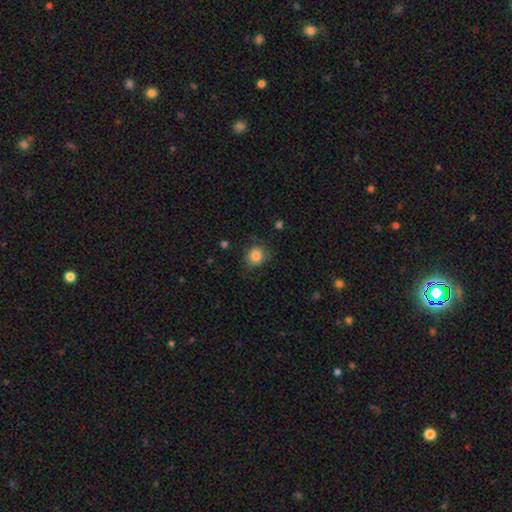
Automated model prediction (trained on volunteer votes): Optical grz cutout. It shows a smooth galaxy with no disk features (86%) that is round (78%). Merging: none (79%).